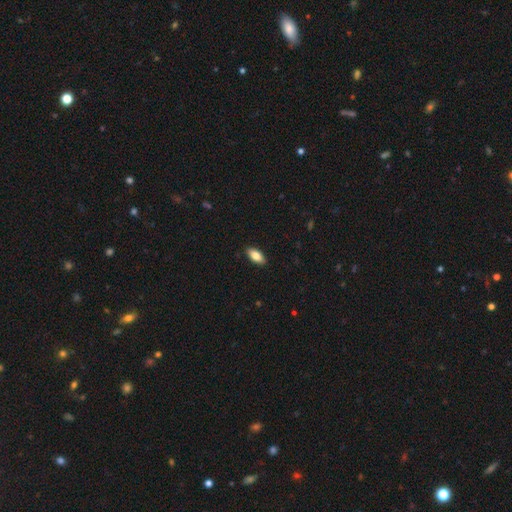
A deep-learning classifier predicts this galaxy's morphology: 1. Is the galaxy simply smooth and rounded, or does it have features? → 83% smooth, 11% featured or disk, 6% star or artifact.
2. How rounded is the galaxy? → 88% in between, 10% cigar-shaped, 2% round.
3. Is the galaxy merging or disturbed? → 90% none, 8% minor disturbance, 2% major disturbance, 1% merger.